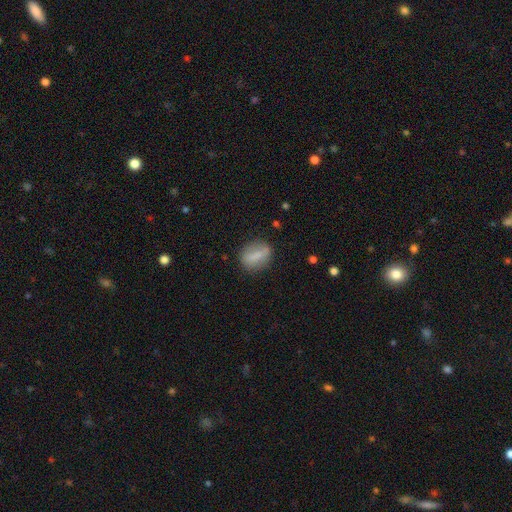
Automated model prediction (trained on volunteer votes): Morphology: type=smooth (71%); roundness=in between (60%); merging=none (79%).